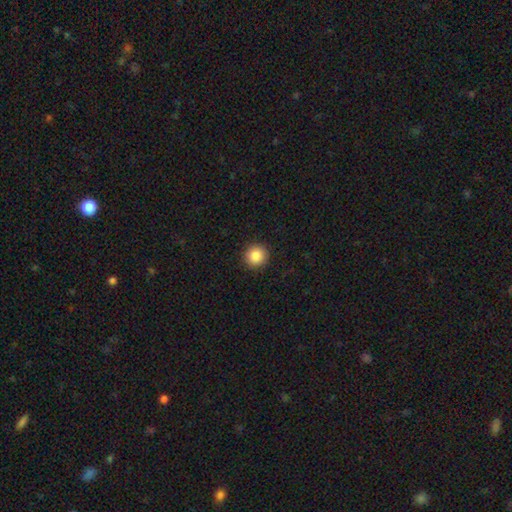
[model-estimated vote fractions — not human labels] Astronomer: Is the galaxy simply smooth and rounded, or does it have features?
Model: smooth — 87%.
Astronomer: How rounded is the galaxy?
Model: round — 94%.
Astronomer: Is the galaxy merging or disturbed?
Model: none — 92%.